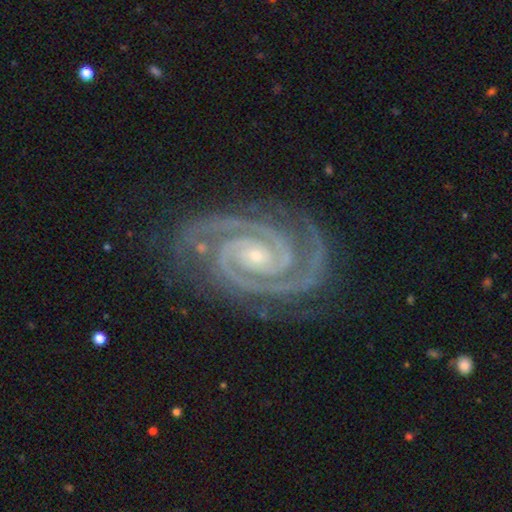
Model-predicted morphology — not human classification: A featured or disk galaxy (93%) with no bar (61%), 2 (87%) tight (82%) spiral arms (99%) and a small central bulge (75%).

Vote fractions:
- Smooth or featured? featured or disk: 93% / star or artifact: 5% / smooth: 2%
- Edge-on disk? no: 98% / yes: 2%
- Bar? no: 61% / weak: 23% / strong: 16%
- Spiral arms? yes: 99% / no: 1%
- Spiral winding? tight: 82% / medium: 16% / loose: 2%
- Spiral arm count? 2: 87% / 3: 6% / can't tell: 2% / 4: 2% / more than 4: 2% / 1: 2%
- Bulge size? small: 75% / moderate: 22% / none: 2% / large: 1% / dominant: 1%
- Merging? none: 83% / minor disturbance: 13% / major disturbance: 3% / merger: 1%